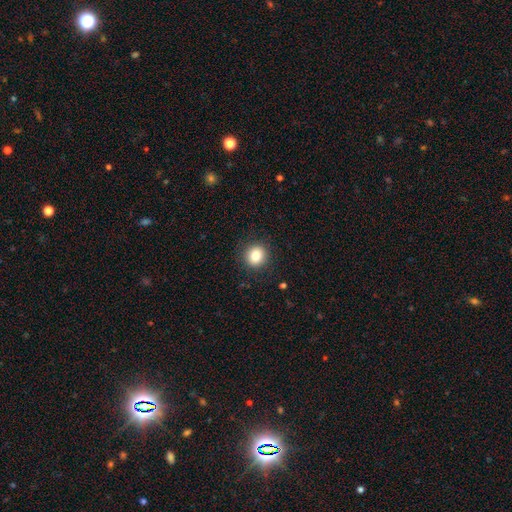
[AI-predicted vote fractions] A smooth galaxy with no disk features (84%) that is round (86%).

Vote fractions:
- Smooth or featured? smooth: 84% / star or artifact: 10% / featured or disk: 6%
- How rounded? round: 86% / in between: 13% / cigar-shaped: 1%
- Merging? none: 90% / minor disturbance: 7% / major disturbance: 2% / merger: 1%